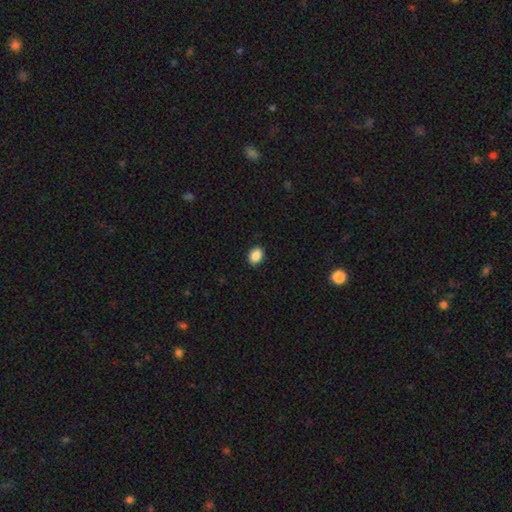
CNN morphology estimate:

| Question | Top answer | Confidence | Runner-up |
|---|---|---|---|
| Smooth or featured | smooth | 89% | star or artifact (8%) |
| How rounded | in between | 63% | round (36%) |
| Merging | none | 90% | minor disturbance (7%) |